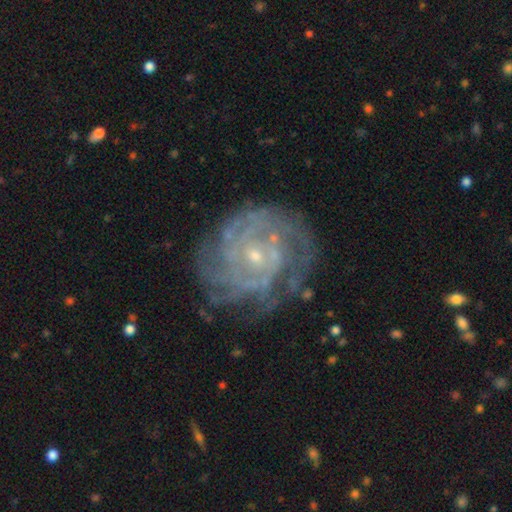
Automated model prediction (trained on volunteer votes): The model was most divided on "spiral arm count": can't tell: 37%, 2: 16%, 4: 16%, 3: 15%, more than 4: 9%, 1: 7%. More confident: edge-on disk — no (97%); spiral arms — yes (94%); smooth or featured — featured or disk (86%); bulge size — small (78%); spiral winding — tight (72%); merging — none (70%); bar — no (69%).